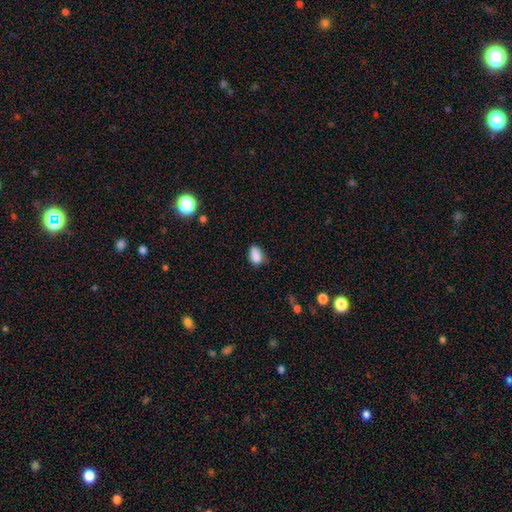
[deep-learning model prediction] A smooth galaxy with no disk features (84%) that is in between round and cigar-shaped (84%). Merging: none (52%).